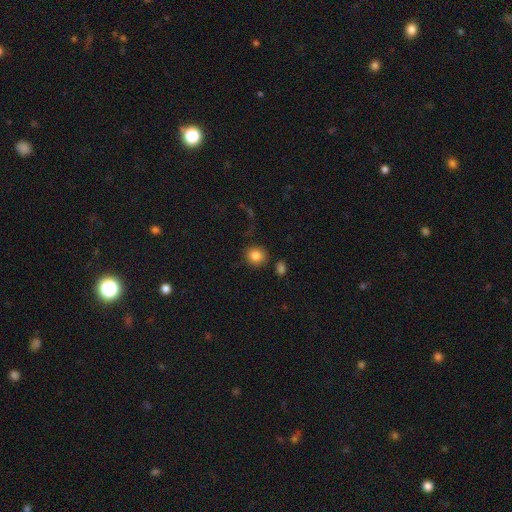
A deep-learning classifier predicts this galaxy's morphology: smooth 84%, star or artifact 10%, featured or disk 6%. Down the decision tree: how rounded — round (85%); merging — none (84%).